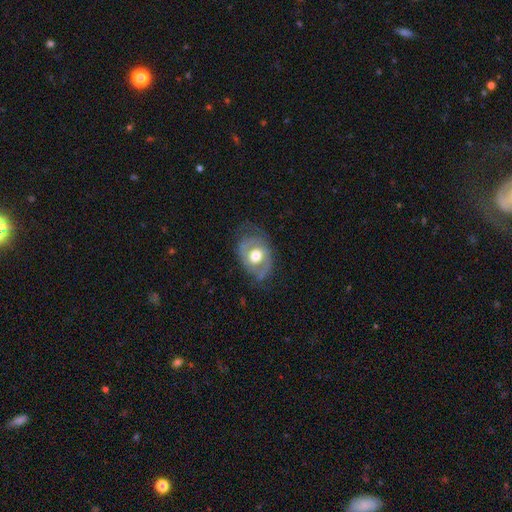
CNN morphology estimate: type=featured or disk (58%); edge-on=no (94%); bar=no (77%); spiral arms=no (53%); bulge=moderate (61%); merging=none (57%).